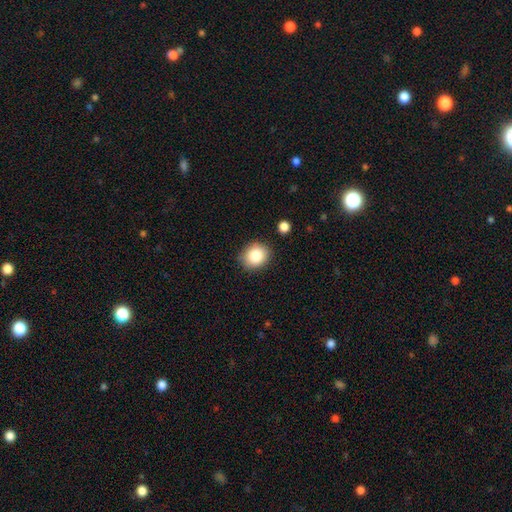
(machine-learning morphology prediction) smooth-or-featured: smooth: 84% | star or artifact: 9% | featured or disk: 7%
  how-rounded: round: 69% | in between: 30% | cigar-shaped: 1%
  merging: none: 85% | minor disturbance: 11% | major disturbance: 2% | merger: 2%